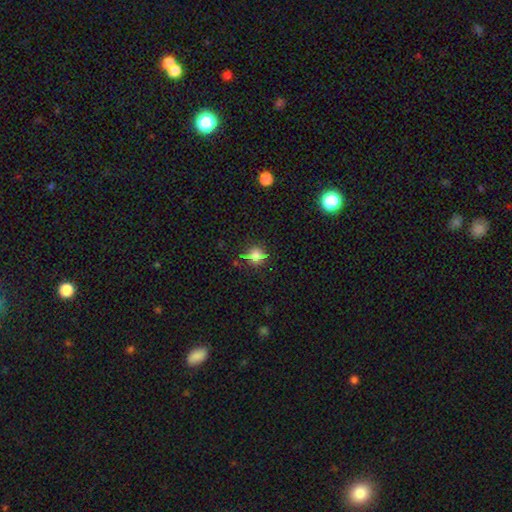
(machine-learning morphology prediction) Q: Smooth or featured?
A: smooth (70%); runner-up: star or artifact (20%)
Q: How rounded?
A: round (79%); runner-up: in between (18%)
Q: Merging?
A: none (71%); runner-up: minor disturbance (19%)